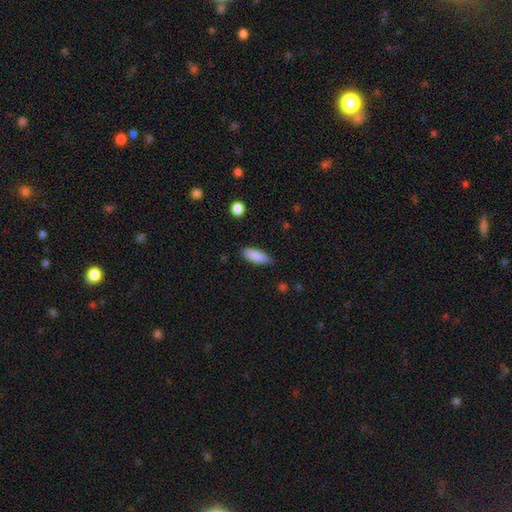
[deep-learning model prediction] Overall: smooth (88%). How rounded: in between (69%). Merging: none (79%).